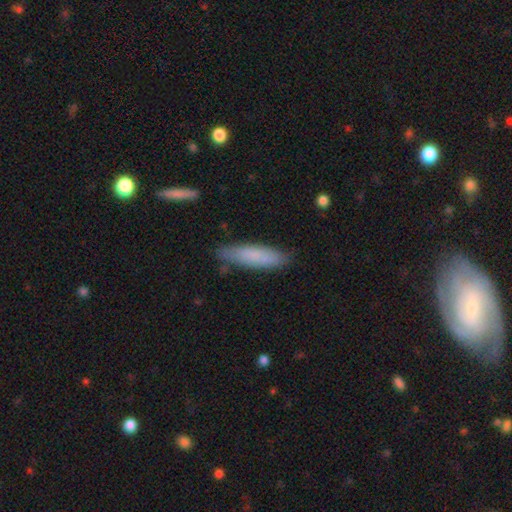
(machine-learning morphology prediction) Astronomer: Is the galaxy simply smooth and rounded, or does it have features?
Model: smooth — 79%.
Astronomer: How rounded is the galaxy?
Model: cigar-shaped — 67%.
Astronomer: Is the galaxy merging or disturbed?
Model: none — 78%.